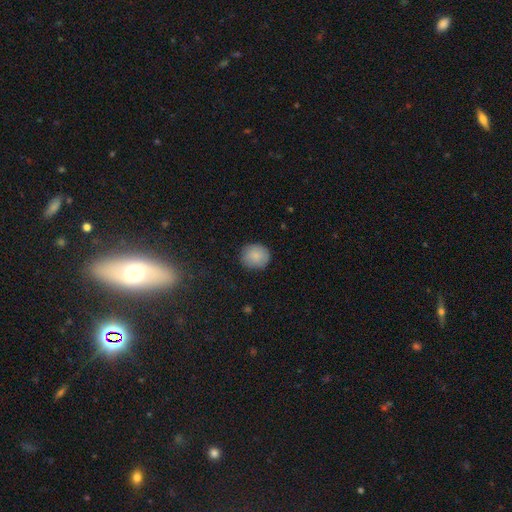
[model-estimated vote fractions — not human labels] Morphology: type=smooth (85%); roundness=round (82%); merging=none (83%).